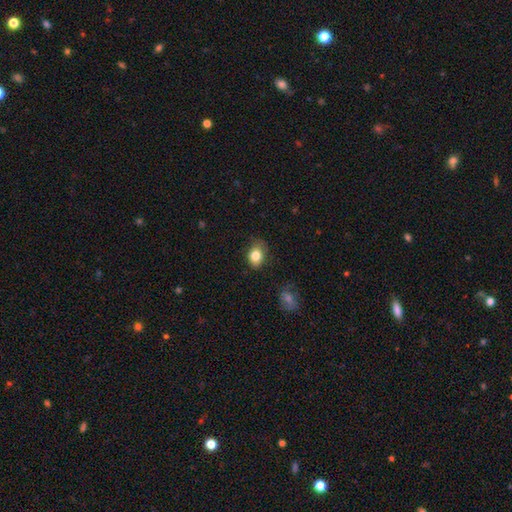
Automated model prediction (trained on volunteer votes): Overall: smooth (82%). How rounded: in between (69%; round 30%). Merging: none (72%).